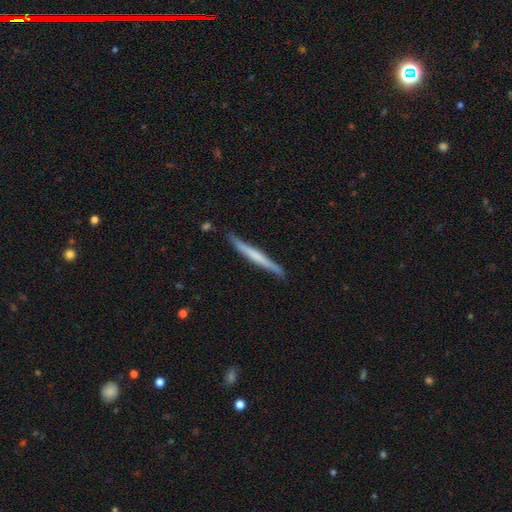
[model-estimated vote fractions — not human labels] Smooth or featured?
  - featured or disk: 50% *
  - smooth: 45%
  - star or artifact: 5%
Merging?
  - none: 85% *
  - minor disturbance: 11%
  - major disturbance: 2%
  - merger: 2%